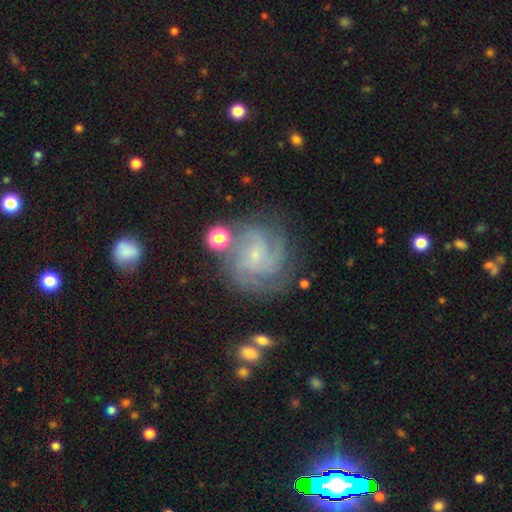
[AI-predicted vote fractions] A featured or disk galaxy (81%) with no bar (58%), 3 (27%) tight (56%) spiral arms (96%) and a small central bulge (80%).

Vote fractions:
- Smooth or featured? featured or disk: 81% / smooth: 11% / star or artifact: 8%
- Edge-on disk? no: 98% / yes: 2%
- Bar? no: 58% / weak: 35% / strong: 6%
- Spiral arms? yes: 96% / no: 4%
- Spiral winding? tight: 56% / medium: 35% / loose: 9%
- Spiral arm count? 3: 27% / can't tell: 25% / 4: 24% / 2: 12% / more than 4: 7% / 1: 6%
- Bulge size? small: 80% / moderate: 12% / none: 6% / large: 1% / dominant: 1%
- Merging? none: 72% / minor disturbance: 16% / major disturbance: 8% / merger: 4%